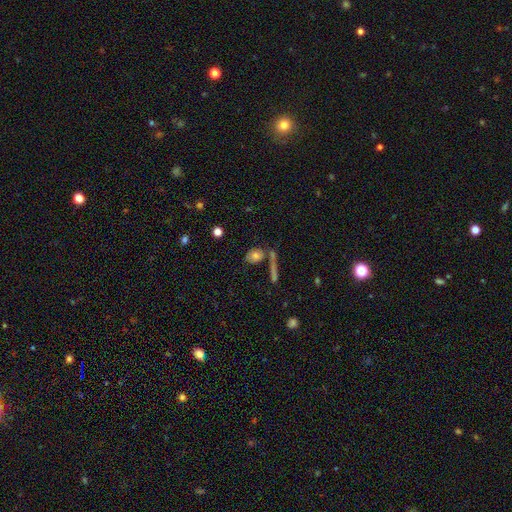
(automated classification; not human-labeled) smooth-or-featured: smooth: 72% | featured or disk: 17% | star or artifact: 11%
  how-rounded: in between: 51% | round: 41% | cigar-shaped: 8%
  merging: none: 59% | merger: 20% | minor disturbance: 14% | major disturbance: 7%